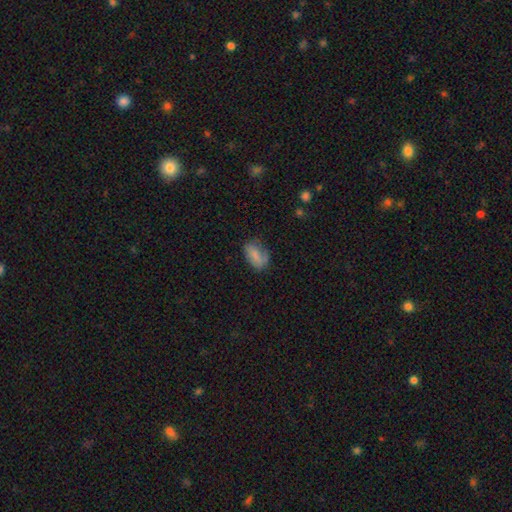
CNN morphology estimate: Smooth or featured? smooth (73%)
How rounded? in between (88%)
Merging? none (57%)